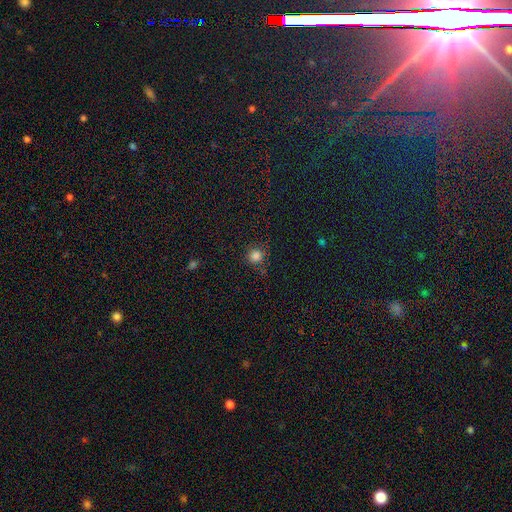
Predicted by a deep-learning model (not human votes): This appears to be a smooth galaxy with no disk features (81%) that is round (90%). Merging: none (85%).